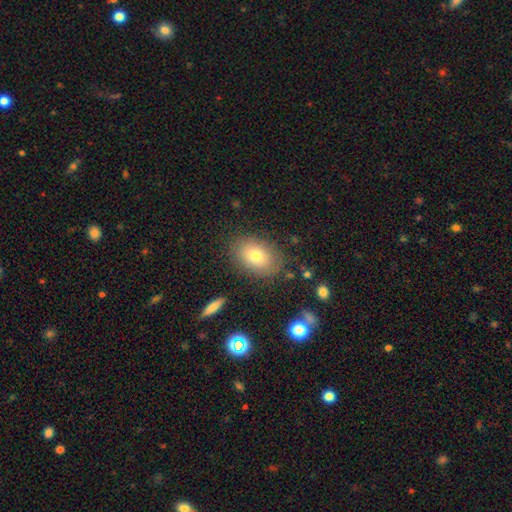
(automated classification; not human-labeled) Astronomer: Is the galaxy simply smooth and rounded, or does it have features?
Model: smooth — 73%.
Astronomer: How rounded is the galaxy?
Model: in between — 80%.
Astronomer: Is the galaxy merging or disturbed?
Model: none — 82%.